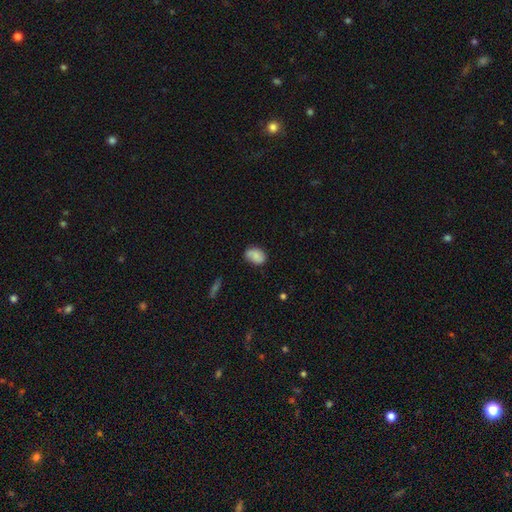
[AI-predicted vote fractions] smooth 78%, featured or disk 14%, star or artifact 8%. Down the decision tree: how rounded — in between (81%); merging — none (70%).